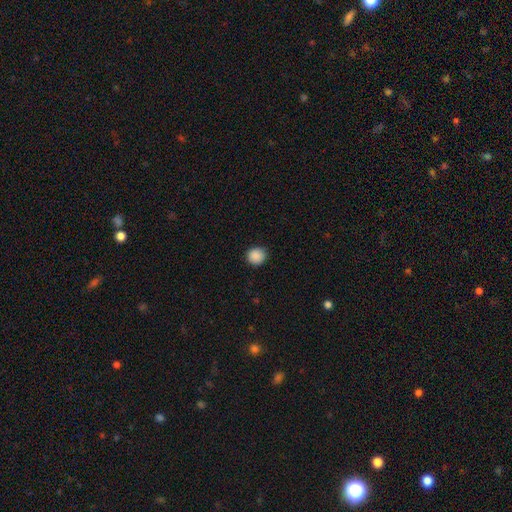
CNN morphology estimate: This appears to be a smooth galaxy with no disk features (89%) that is round (90%). Merging: none (90%).